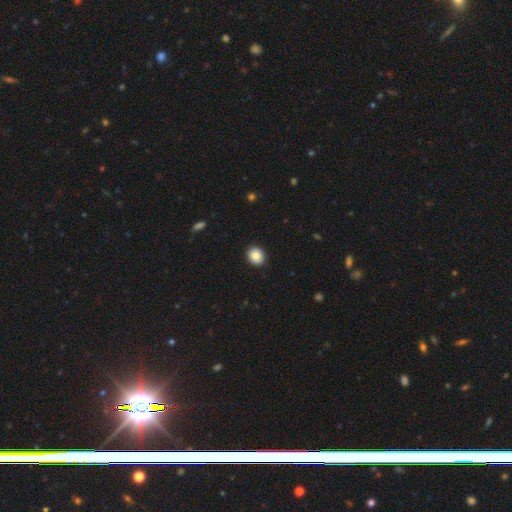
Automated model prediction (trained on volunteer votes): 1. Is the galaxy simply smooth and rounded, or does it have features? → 88% smooth, 8% star or artifact, 4% featured or disk.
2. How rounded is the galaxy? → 65% round, 34% in between, 1% cigar-shaped.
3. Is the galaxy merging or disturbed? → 91% none, 6% minor disturbance, 2% major disturbance, 1% merger.